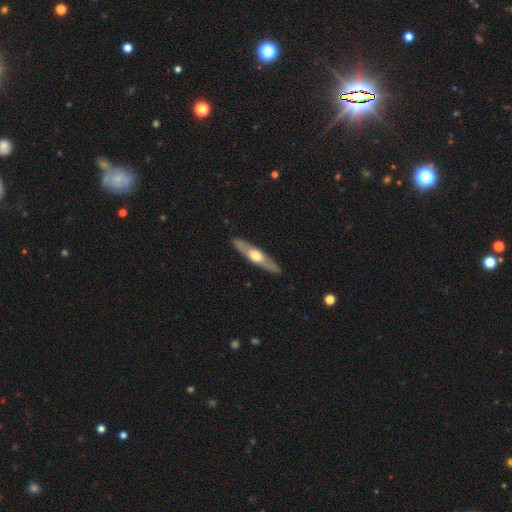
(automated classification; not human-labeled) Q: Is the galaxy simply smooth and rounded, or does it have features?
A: featured or disk — 60%.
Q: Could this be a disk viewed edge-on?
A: yes — 84%.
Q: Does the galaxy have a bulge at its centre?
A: rounded — 92%.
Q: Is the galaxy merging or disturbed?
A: none — 89%.